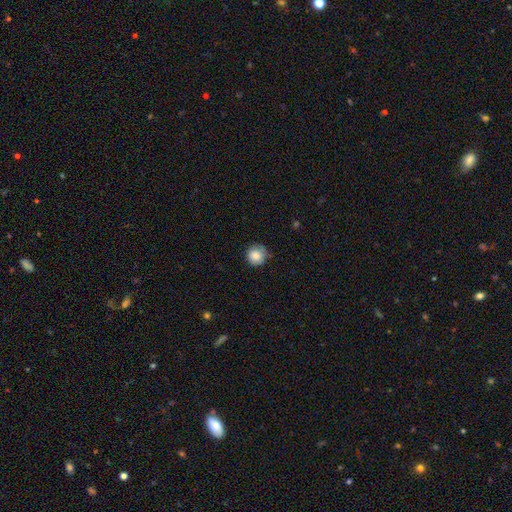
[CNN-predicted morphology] smooth-or-featured: smooth: 86% | star or artifact: 9% | featured or disk: 6%
  how-rounded: round: 94% | in between: 5% | cigar-shaped: 1%
  merging: none: 76% | minor disturbance: 19% | major disturbance: 3% | merger: 1%